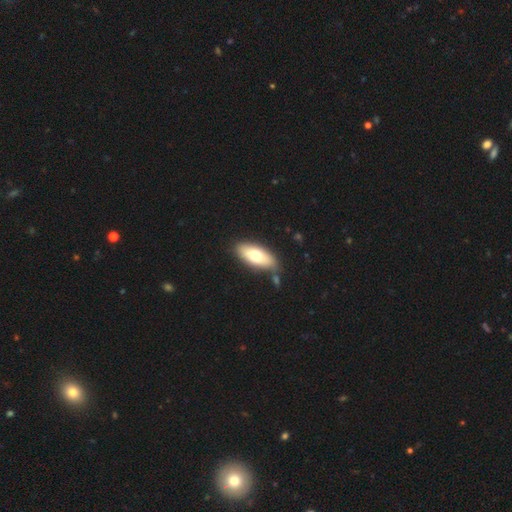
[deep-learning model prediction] A smooth galaxy with no disk features (70%) that is in between round and cigar-shaped (81%).

Vote fractions:
- Smooth or featured? smooth: 70% / featured or disk: 25% / star or artifact: 6%
- How rounded? in between: 81% / cigar-shaped: 16% / round: 2%
- Merging? none: 78% / minor disturbance: 13% / merger: 7% / major disturbance: 3%